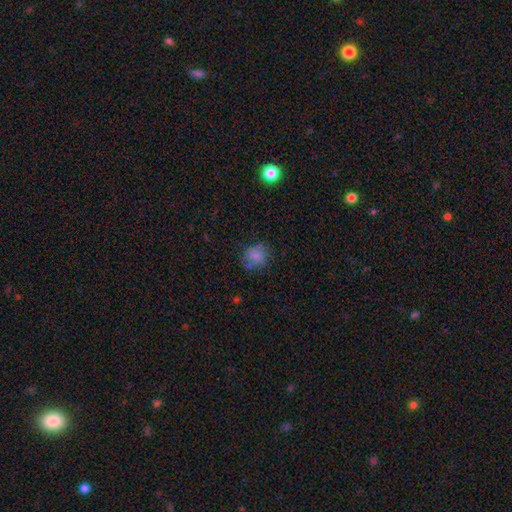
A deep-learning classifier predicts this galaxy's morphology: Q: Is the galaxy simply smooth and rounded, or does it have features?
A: smooth — 77%.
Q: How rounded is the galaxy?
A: round — 77%.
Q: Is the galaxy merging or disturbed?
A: none — 67%.